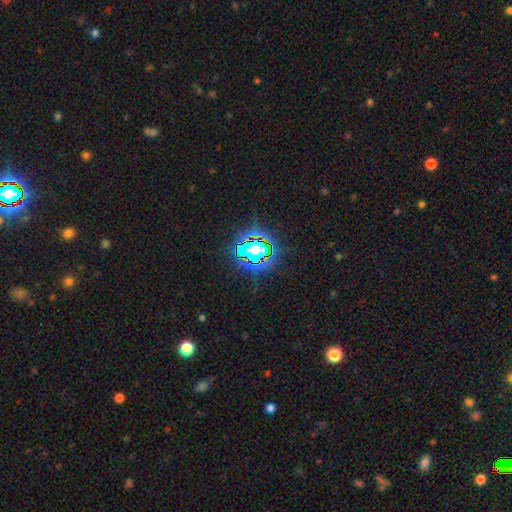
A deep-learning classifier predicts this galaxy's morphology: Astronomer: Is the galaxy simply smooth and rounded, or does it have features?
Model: star or artifact — 76%.